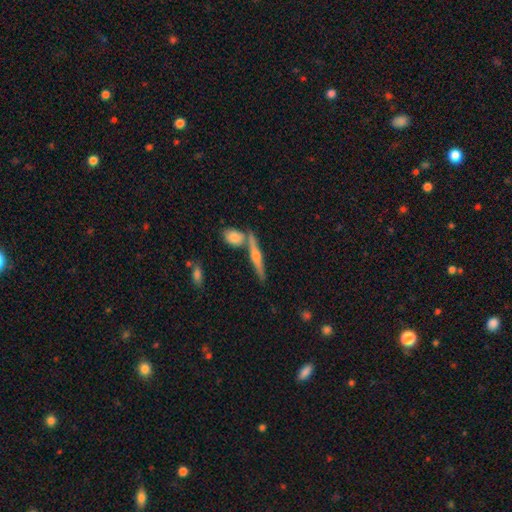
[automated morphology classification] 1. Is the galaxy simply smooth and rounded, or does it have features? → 63% featured or disk, 30% smooth, 7% star or artifact.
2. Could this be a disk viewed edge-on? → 96% yes, 4% no.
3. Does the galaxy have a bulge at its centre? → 85% rounded, 9% none, 6% boxy.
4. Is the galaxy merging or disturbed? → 72% none, 17% merger, 9% minor disturbance, 2% major disturbance.